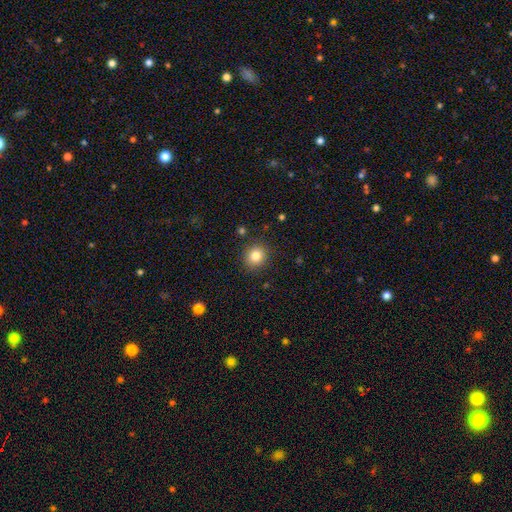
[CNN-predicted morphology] Smooth or featured?
  - smooth: 82% *
  - star or artifact: 11%
  - featured or disk: 7%
How rounded?
  - round: 85% *
  - in between: 14%
  - cigar-shaped: 1%
Merging?
  - none: 89% *
  - minor disturbance: 7%
  - major disturbance: 2%
  - merger: 2%